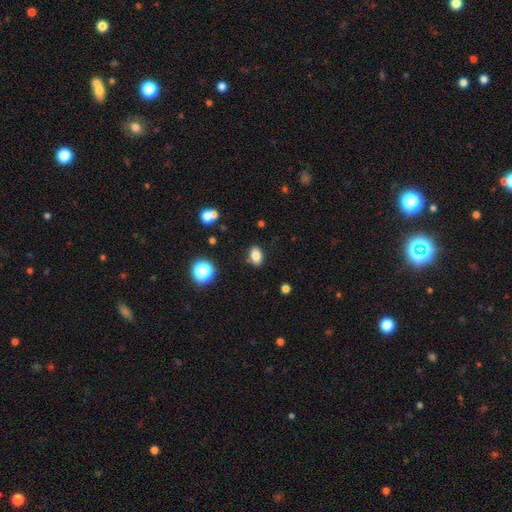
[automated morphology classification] smooth 82%, star or artifact 11%, featured or disk 7%. Down the decision tree: how rounded — in between (80%); merging — none (84%).